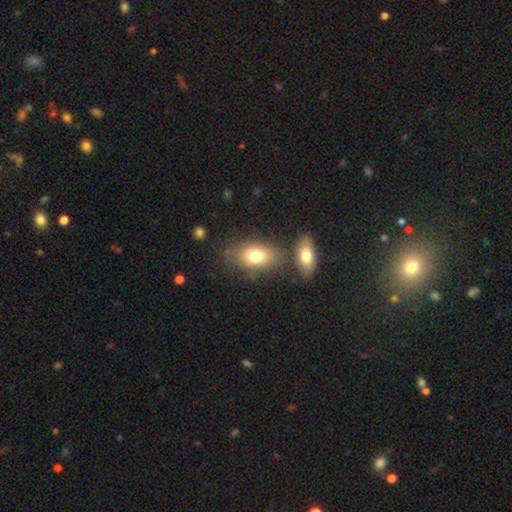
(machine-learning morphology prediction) smooth 77%, featured or disk 15%, star or artifact 8%. Down the decision tree: how rounded — in between (87%); merging — none (65%).